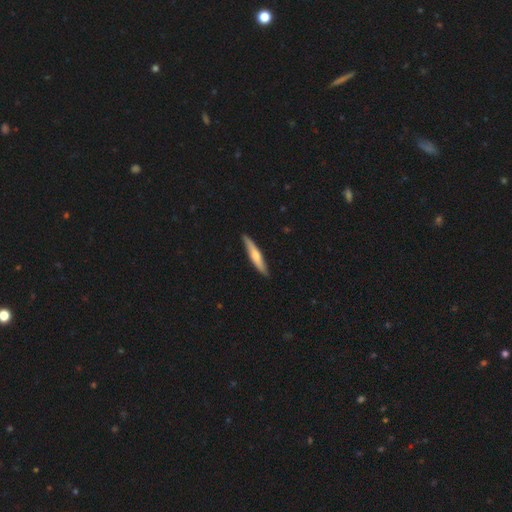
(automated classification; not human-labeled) Smooth or featured: smooth — 53% (featured or disk — 42%)
How rounded: cigar-shaped — 91% (in between — 8%)
Merging: none — 87% (minor disturbance — 10%)